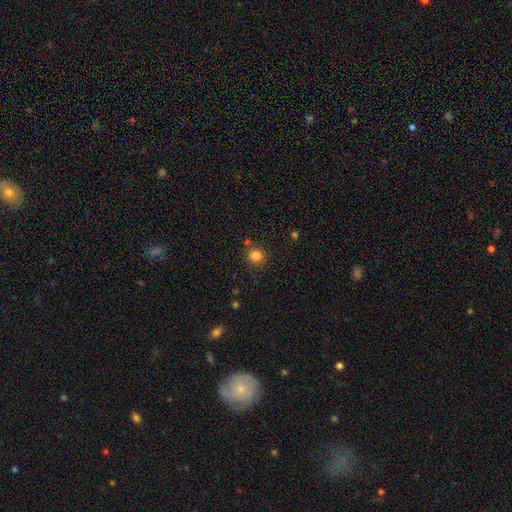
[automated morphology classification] smooth_or_featured: smooth (p=0.82) [alt: star or artifact p=0.13]
how_rounded: round (p=0.93) [alt: in between p=0.06]
merging: none (p=0.83) [alt: minor disturbance p=0.08]